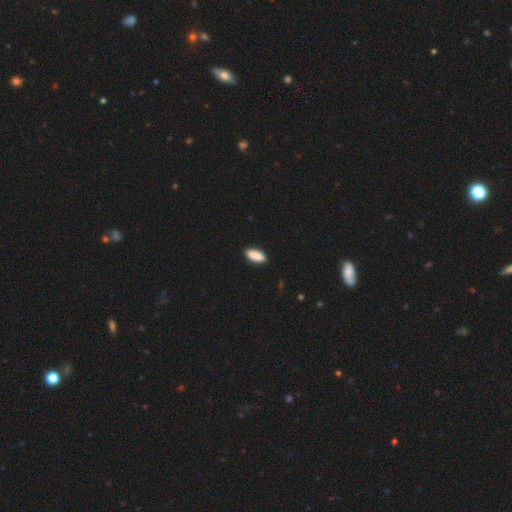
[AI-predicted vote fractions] Morphology: type=smooth (90%); roundness=in between (83%); merging=none (89%).